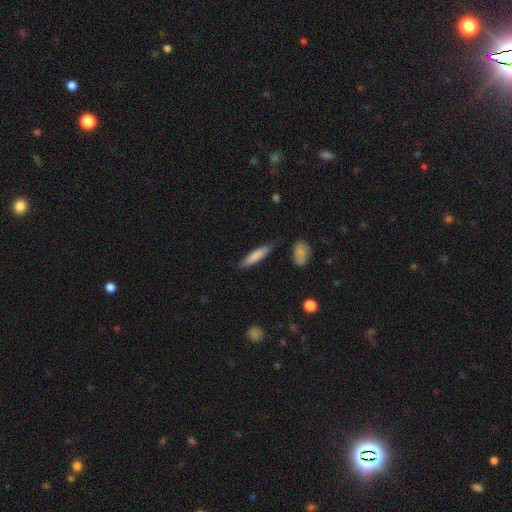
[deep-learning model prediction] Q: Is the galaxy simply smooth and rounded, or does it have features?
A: smooth — 80%.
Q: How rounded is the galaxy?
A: cigar-shaped — 83%.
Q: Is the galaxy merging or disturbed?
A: none — 83%.